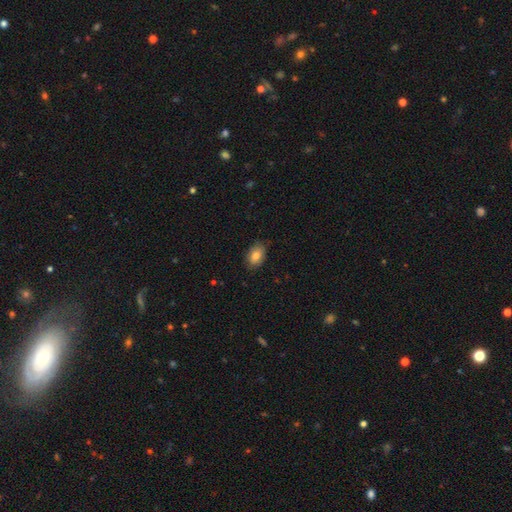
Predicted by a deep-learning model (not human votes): Smooth or featured?
  - smooth: 84% *
  - featured or disk: 9%
  - star or artifact: 8%
How rounded?
  - in between: 87% *
  - round: 12%
  - cigar-shaped: 1%
Merging?
  - none: 80% *
  - minor disturbance: 17%
  - major disturbance: 3%
  - merger: 1%